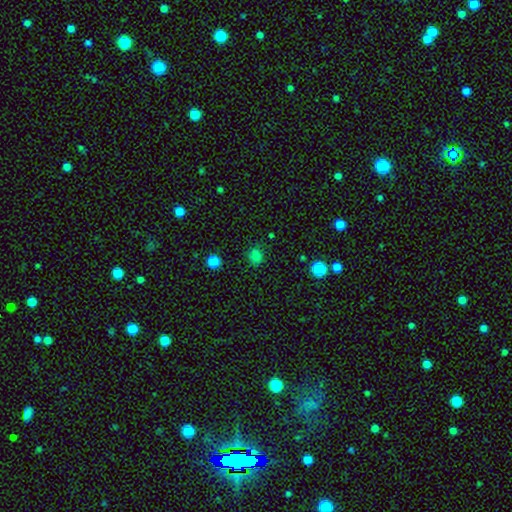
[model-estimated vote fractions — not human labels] Smooth or featured: smooth — 77% (star or artifact — 19%)
How rounded: round — 71% (in between — 28%)
Merging: none — 81% (minor disturbance — 13%)